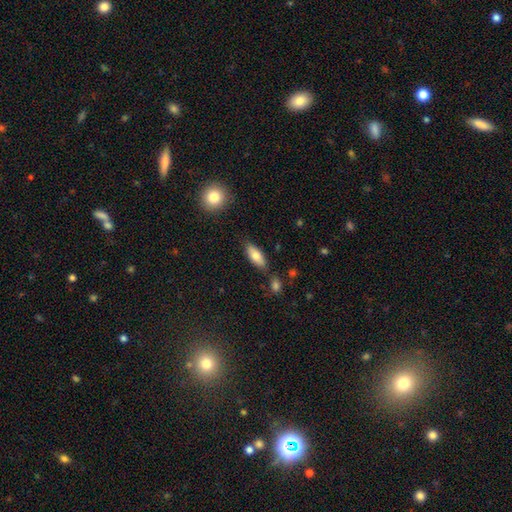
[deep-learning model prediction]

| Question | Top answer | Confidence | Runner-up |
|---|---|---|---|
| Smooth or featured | smooth | 75% | featured or disk (19%) |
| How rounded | in between | 75% | cigar-shaped (22%) |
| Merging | none | 77% | minor disturbance (15%) |